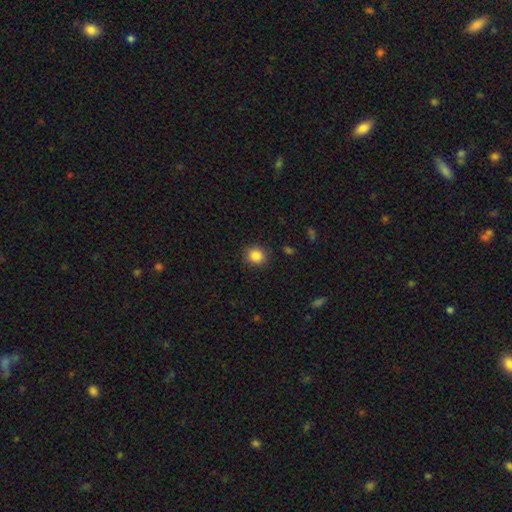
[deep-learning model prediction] smooth_or_featured: smooth (p=0.86) [alt: star or artifact p=0.10]
how_rounded: round (p=0.79) [alt: in between p=0.20]
merging: none (p=0.88) [alt: minor disturbance p=0.08]